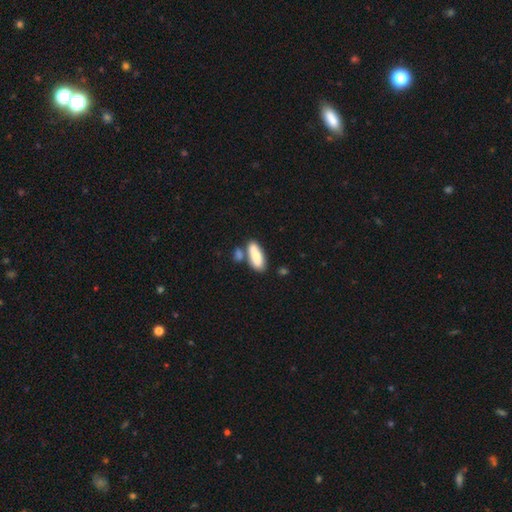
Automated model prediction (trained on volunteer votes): Smooth or featured?
  - smooth: 81% *
  - featured or disk: 13%
  - star or artifact: 6%
How rounded?
  - in between: 68% *
  - cigar-shaped: 30%
  - round: 3%
Merging?
  - none: 54% *
  - merger: 28%
  - minor disturbance: 13%
  - major disturbance: 4%